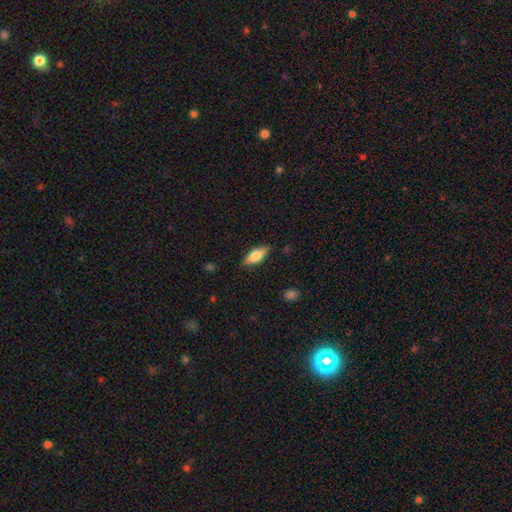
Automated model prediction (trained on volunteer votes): A smooth galaxy with no disk features (59%) that is in between round and cigar-shaped (74%).

Vote fractions:
- Smooth or featured? smooth: 59% / featured or disk: 34% / star or artifact: 7%
- How rounded? in between: 74% / cigar-shaped: 23% / round: 3%
- Merging? none: 84% / minor disturbance: 12% / major disturbance: 3% / merger: 1%